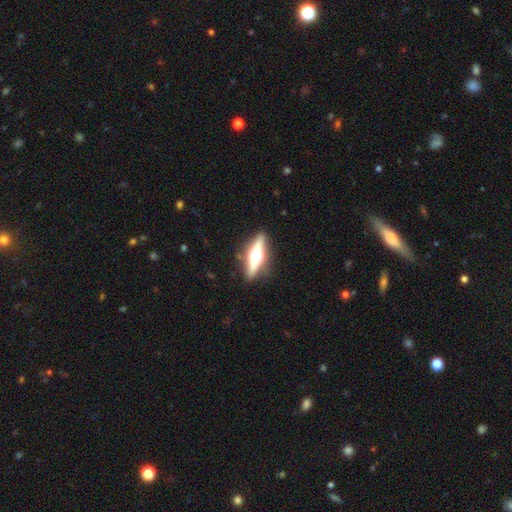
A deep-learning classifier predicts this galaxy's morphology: Smooth or featured? Predicted: featured or disk (p=0.73). Edge-on disk? Predicted: yes (p=0.96). Edge-on bulge? Predicted: rounded (p=0.94). Merging? Predicted: none (p=0.87).